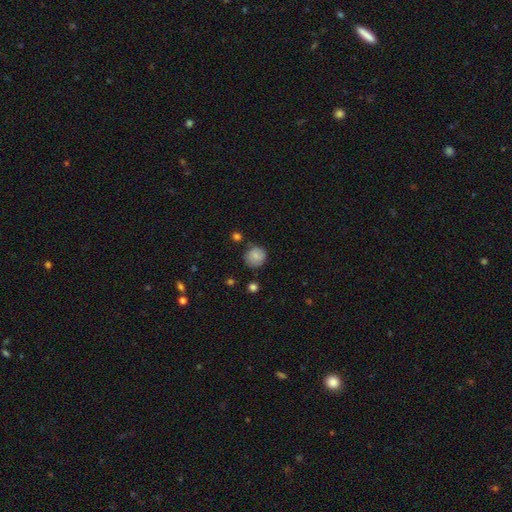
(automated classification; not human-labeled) smooth-or-featured: smooth: 79% | featured or disk: 12% | star or artifact: 9%
  how-rounded: round: 88% | in between: 11% | cigar-shaped: 1%
  merging: none: 75% | minor disturbance: 18% | major disturbance: 4% | merger: 3%